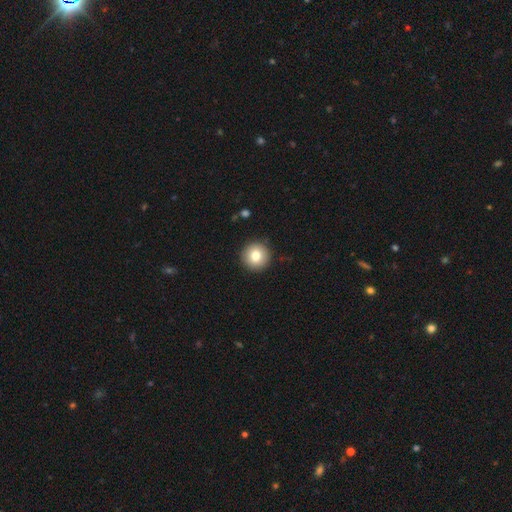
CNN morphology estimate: smooth-or-featured: smooth: 81% | featured or disk: 10% | star or artifact: 9%
  how-rounded: round: 96% | in between: 3% | cigar-shaped: 1%
  merging: none: 92% | minor disturbance: 5% | major disturbance: 2% | merger: 1%